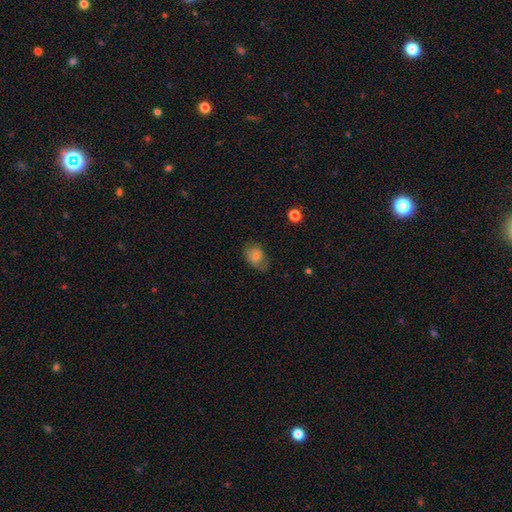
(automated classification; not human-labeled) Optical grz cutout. It shows a smooth galaxy with no disk features (71%) that is in between round and cigar-shaped (73%). Merging: none (63%).